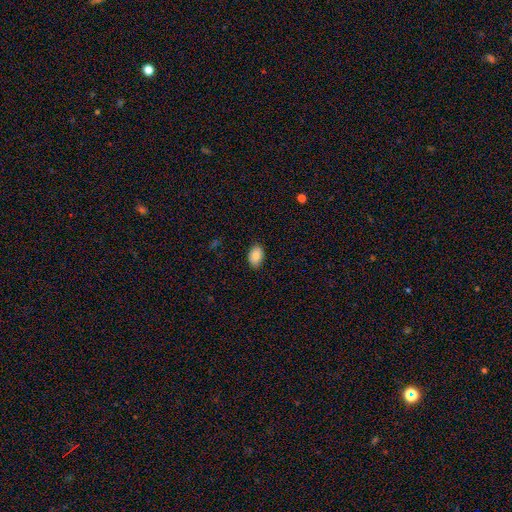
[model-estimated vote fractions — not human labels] Q: Smooth or featured?
A: smooth (85%); runner-up: featured or disk (8%)
Q: How rounded?
A: in between (87%); runner-up: round (12%)
Q: Merging?
A: none (85%); runner-up: minor disturbance (12%)